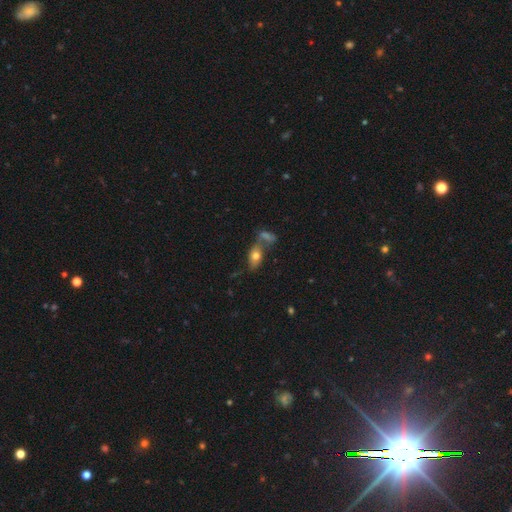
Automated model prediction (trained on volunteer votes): Smooth or featured? Predicted: smooth (p=0.67). How rounded? Predicted: in between (p=0.82). Merging? Predicted: none (p=0.42).